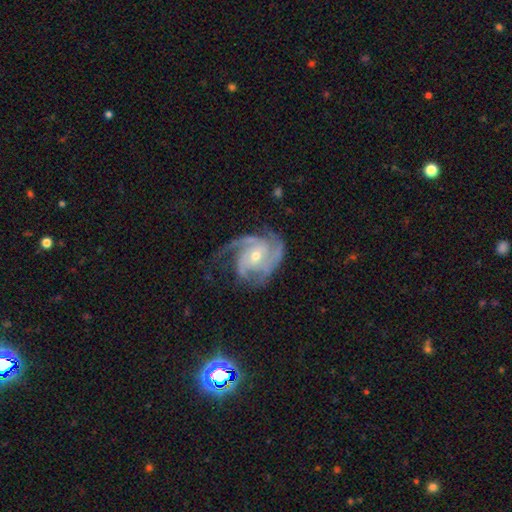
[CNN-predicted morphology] Smooth or featured? Predicted: featured or disk (p=0.90). Edge-on disk? Predicted: no (p=0.98). Bar? Predicted: no (p=0.58). Spiral arms? Predicted: yes (p=0.98). Spiral winding? Predicted: medium (p=0.46). Spiral arm count? Predicted: 3 (p=0.50). Bulge size? Predicted: small (p=0.54). Merging? Predicted: none (p=0.60).